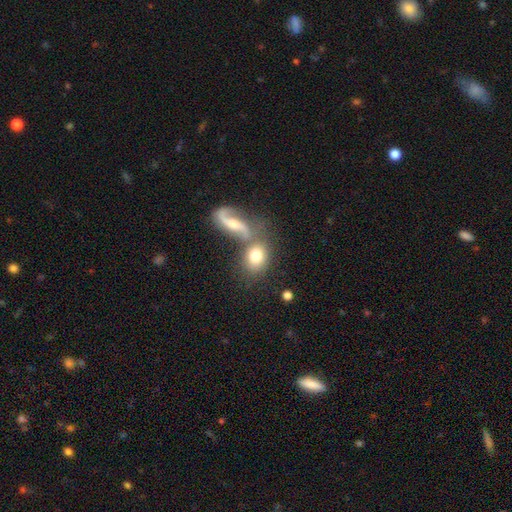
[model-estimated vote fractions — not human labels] Overall: smooth (69%). How rounded: in between (63%; round 34%). Merging: none (45%; merger 39%).